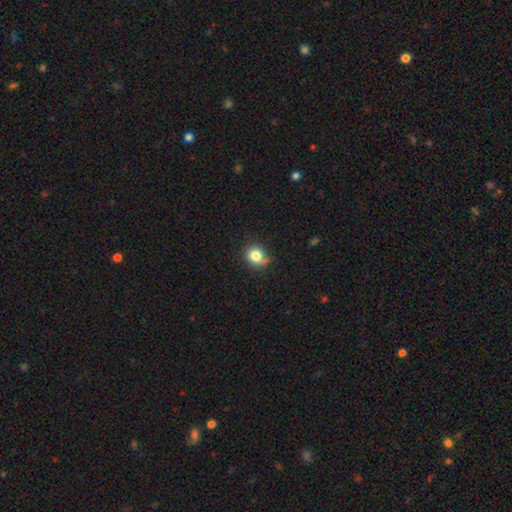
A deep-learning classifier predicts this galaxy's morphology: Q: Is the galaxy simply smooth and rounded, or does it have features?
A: smooth — 81%.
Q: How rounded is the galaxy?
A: round — 81%.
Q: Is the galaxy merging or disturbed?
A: none — 67%.